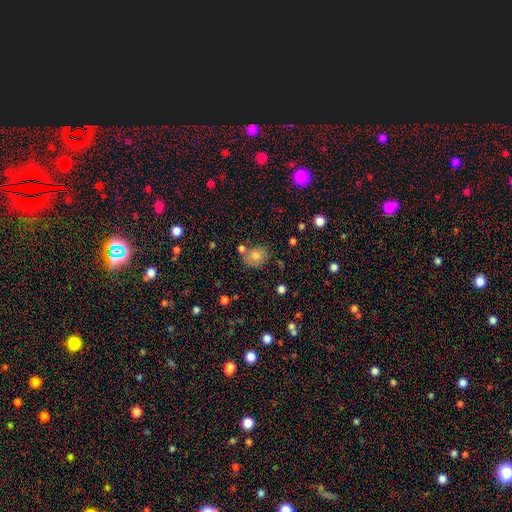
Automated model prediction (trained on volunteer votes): smooth_or_featured: smooth (p=0.80) [alt: star or artifact p=0.10]
how_rounded: round (p=0.53) [alt: in between p=0.46]
merging: none (p=0.62) [alt: minor disturbance p=0.16]